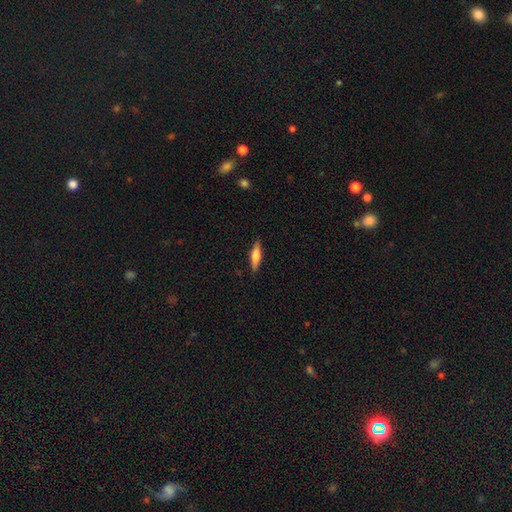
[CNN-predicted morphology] This appears to be a smooth galaxy with no disk features (58%) that is cigar-shaped (68%). Merging: none (88%).